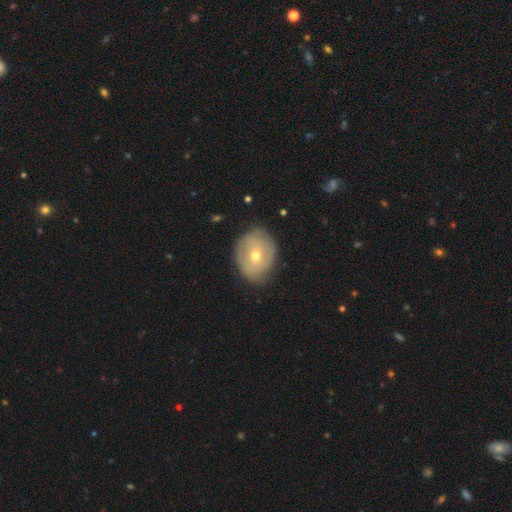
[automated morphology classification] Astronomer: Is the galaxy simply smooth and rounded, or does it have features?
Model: smooth — 47% (runner-up: featured or disk, 45%).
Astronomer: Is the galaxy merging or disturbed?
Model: none — 71%.